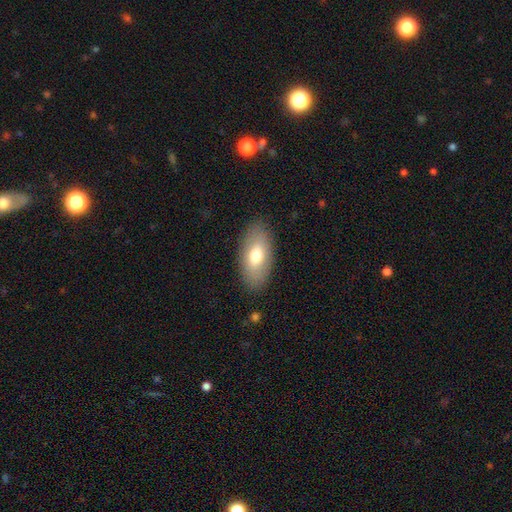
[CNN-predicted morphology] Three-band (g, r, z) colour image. It shows a smooth galaxy with no disk features (71%) that is in between round and cigar-shaped (92%). Merging: none (85%).